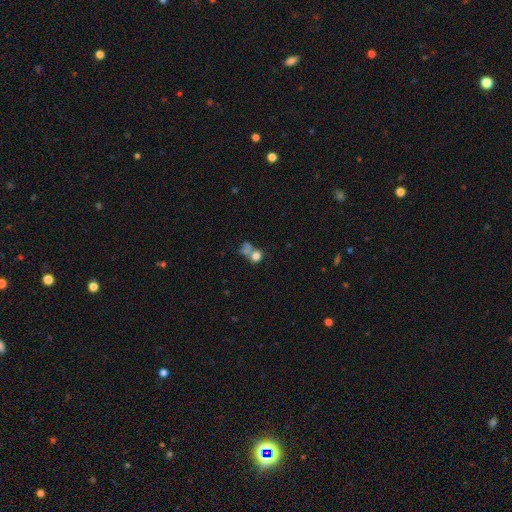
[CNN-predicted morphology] The model was most divided on "merging": merger: 48%, none: 32%, major disturbance: 10%, minor disturbance: 10%. More confident: smooth or featured — smooth (71%); how rounded — round (70%).